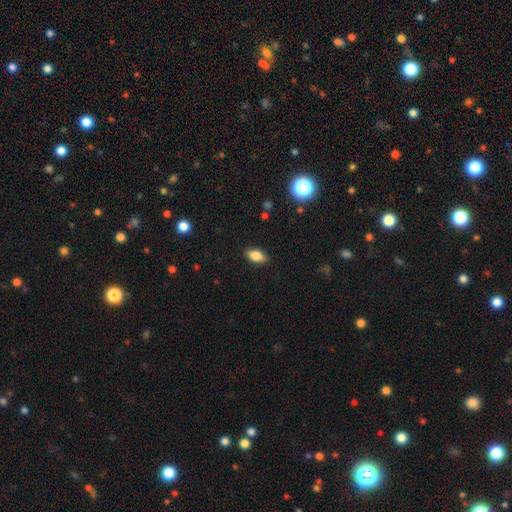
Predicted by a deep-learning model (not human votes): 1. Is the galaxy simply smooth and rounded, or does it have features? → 82% smooth, 10% featured or disk, 8% star or artifact.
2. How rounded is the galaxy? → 88% in between, 7% cigar-shaped, 5% round.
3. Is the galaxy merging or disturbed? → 87% none, 10% minor disturbance, 2% major disturbance, 1% merger.